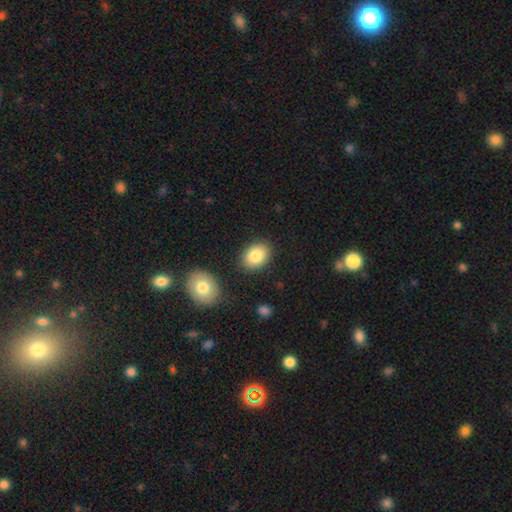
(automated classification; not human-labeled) Smooth or featured? smooth (83%)
How rounded? in between (69%)
Merging? none (84%)